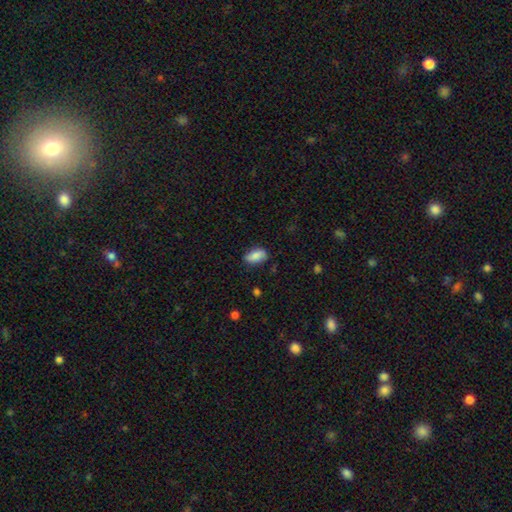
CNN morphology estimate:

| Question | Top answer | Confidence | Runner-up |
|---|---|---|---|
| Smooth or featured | smooth | 82% | featured or disk (11%) |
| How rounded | in between | 91% | round (5%) |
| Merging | none | 77% | minor disturbance (18%) |